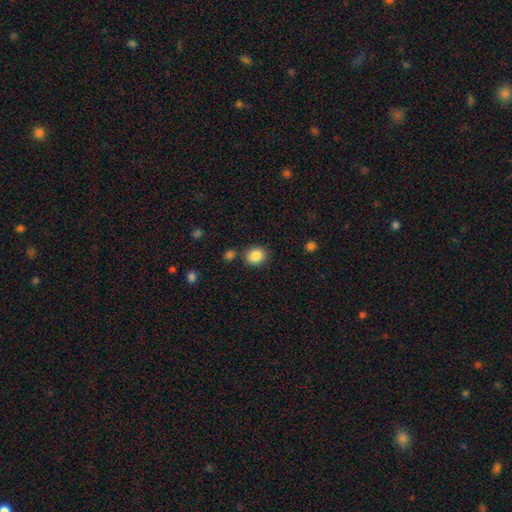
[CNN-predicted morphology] This appears to be a smooth galaxy with no disk features (87%) that is round (77%). Merging: none (82%).